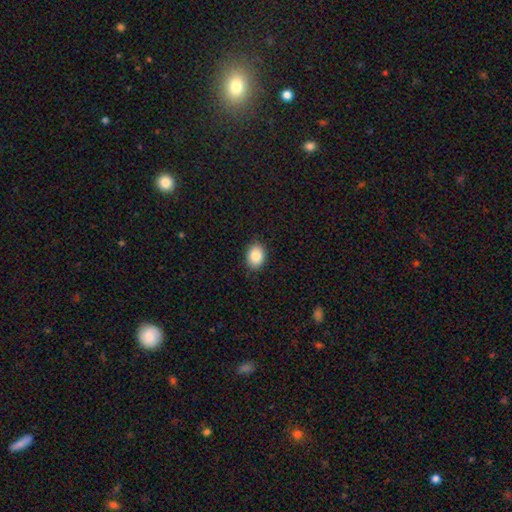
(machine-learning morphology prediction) Q: Smooth or featured?
A: smooth (86%); runner-up: star or artifact (8%)
Q: How rounded?
A: in between (66%); runner-up: round (33%)
Q: Merging?
A: none (87%); runner-up: minor disturbance (10%)